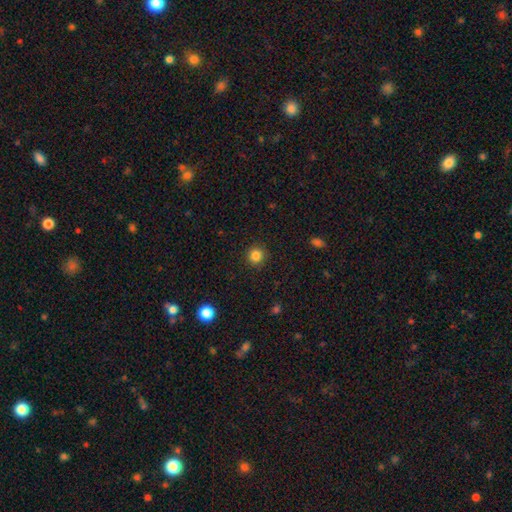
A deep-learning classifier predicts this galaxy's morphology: Smooth or featured: smooth — 84% (star or artifact — 12%)
How rounded: round — 94% (in between — 5%)
Merging: none — 91% (minor disturbance — 6%)